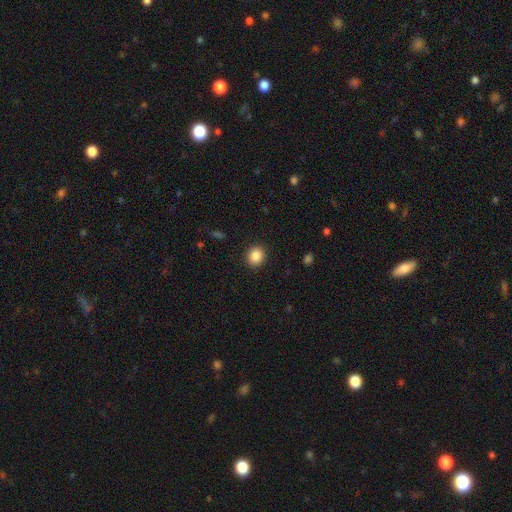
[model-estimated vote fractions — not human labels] The model was most divided on "how rounded": round: 70%, in between: 29%, cigar-shaped: 1%. More confident: merging — none (91%); smooth or featured — smooth (87%).